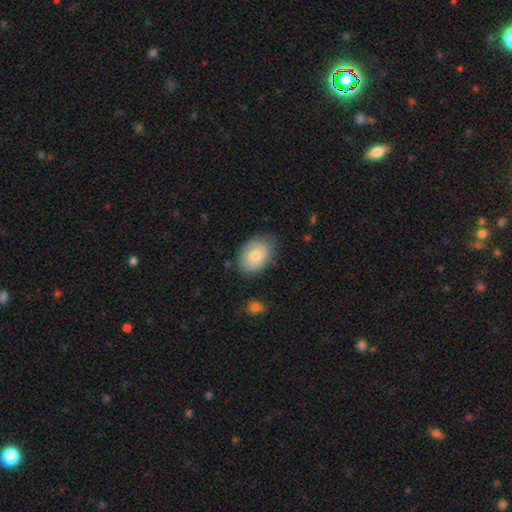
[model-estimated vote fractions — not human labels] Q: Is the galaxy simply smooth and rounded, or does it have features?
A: smooth — 74%.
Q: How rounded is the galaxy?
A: in between — 77%.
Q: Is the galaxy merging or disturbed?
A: none — 78%.